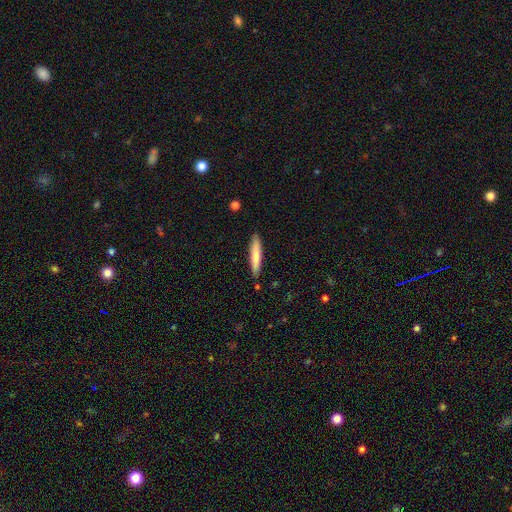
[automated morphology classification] A smooth galaxy with no disk features (79%) that is cigar-shaped (92%).

Vote fractions:
- Smooth or featured? smooth: 79% / featured or disk: 15% / star or artifact: 5%
- How rounded? cigar-shaped: 92% / in between: 7% / round: 1%
- Merging? none: 89% / minor disturbance: 8% / merger: 2% / major disturbance: 1%